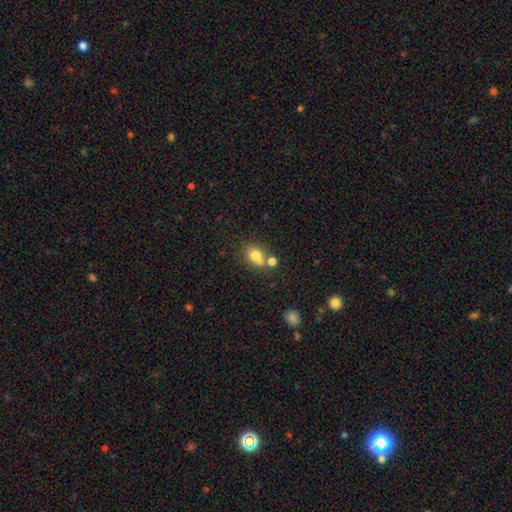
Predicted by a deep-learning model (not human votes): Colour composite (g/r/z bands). It shows a smooth galaxy with no disk features (76%) that is round (55%). Merging: none (49%).